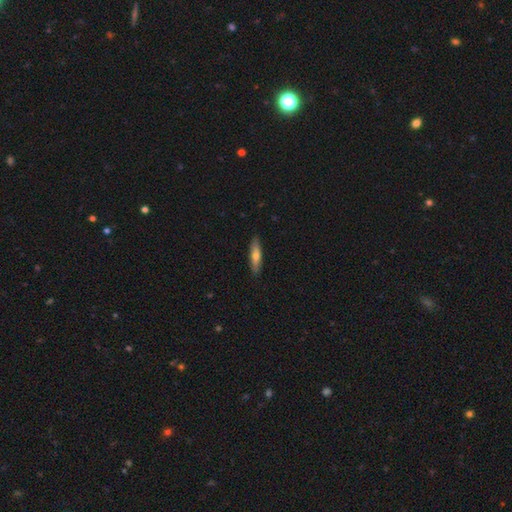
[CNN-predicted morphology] Overall: smooth (62%; featured or disk 33%). How rounded: cigar-shaped (74%). Merging: none (89%).